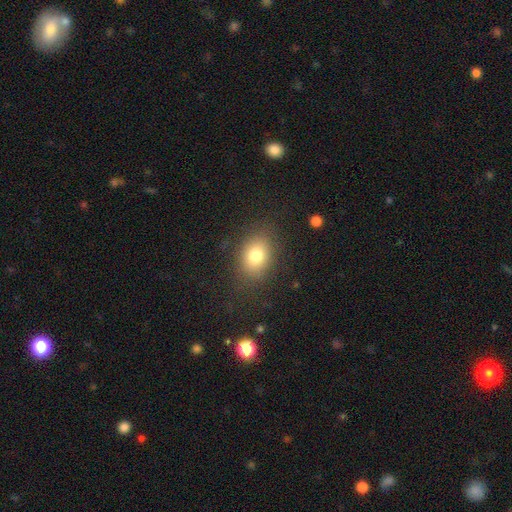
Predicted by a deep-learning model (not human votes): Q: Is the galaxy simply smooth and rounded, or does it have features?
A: smooth — 78%.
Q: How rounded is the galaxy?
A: in between — 66%.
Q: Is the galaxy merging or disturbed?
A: none — 81%.